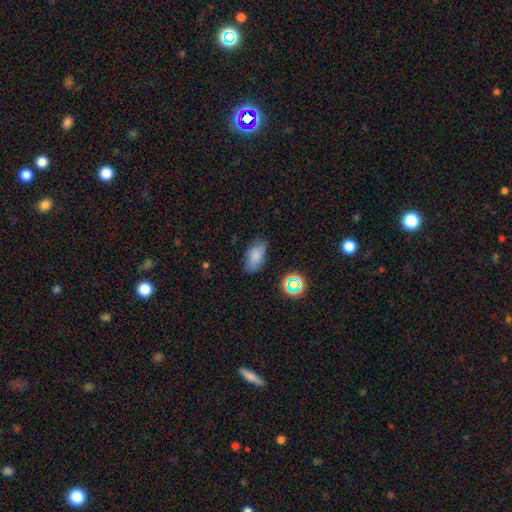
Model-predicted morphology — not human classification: Overall: smooth (79%). How rounded: in between (90%). Merging: none (76%).